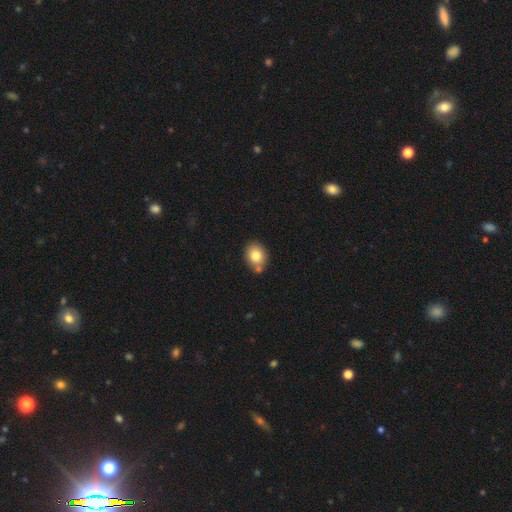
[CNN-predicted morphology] A smooth galaxy with no disk features (80%) that is in between round and cigar-shaped (51%).

Vote fractions:
- Smooth or featured? smooth: 80% / featured or disk: 11% / star or artifact: 9%
- How rounded? in between: 51% / round: 48% / cigar-shaped: 1%
- Merging? none: 68% / merger: 15% / minor disturbance: 14% / major disturbance: 3%